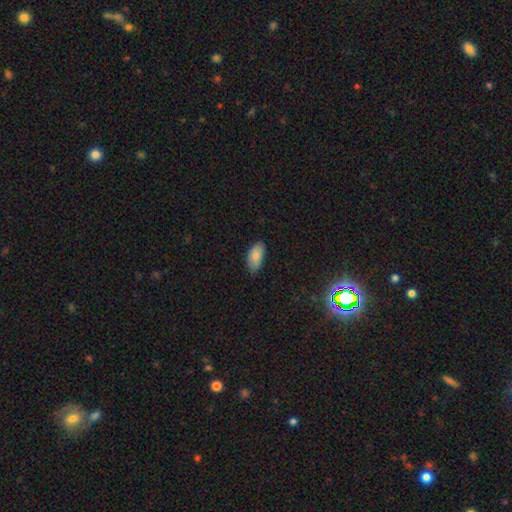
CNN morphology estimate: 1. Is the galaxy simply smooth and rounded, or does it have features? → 84% smooth, 9% featured or disk, 7% star or artifact.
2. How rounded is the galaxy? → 93% in between, 4% cigar-shaped, 2% round.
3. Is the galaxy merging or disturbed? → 78% none, 19% minor disturbance, 3% major disturbance, 1% merger.